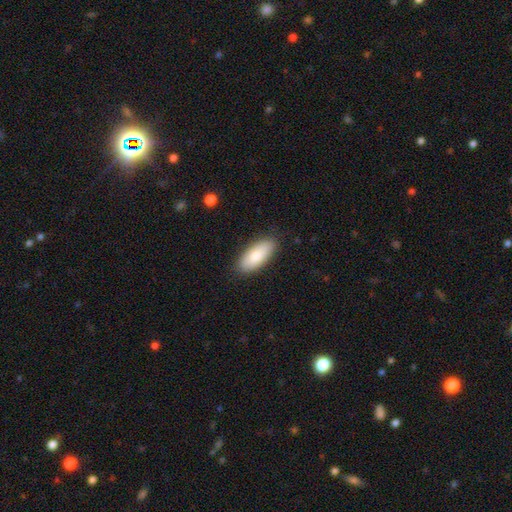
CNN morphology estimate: Overall: smooth (81%). How rounded: in between (84%). Merging: none (87%).